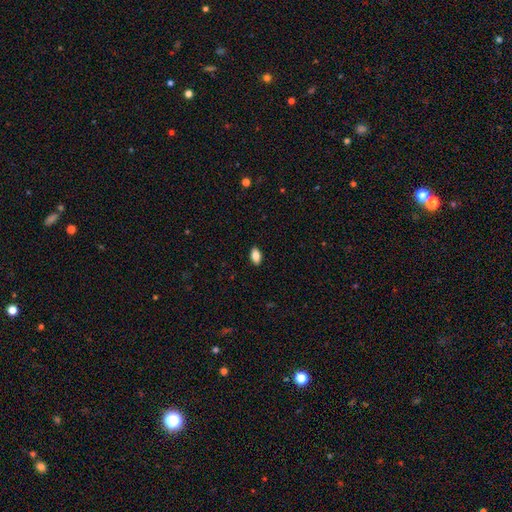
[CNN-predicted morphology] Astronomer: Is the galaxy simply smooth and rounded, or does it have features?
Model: smooth — 83%.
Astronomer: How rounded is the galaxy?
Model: in between — 91%.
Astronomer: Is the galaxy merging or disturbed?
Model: none — 90%.